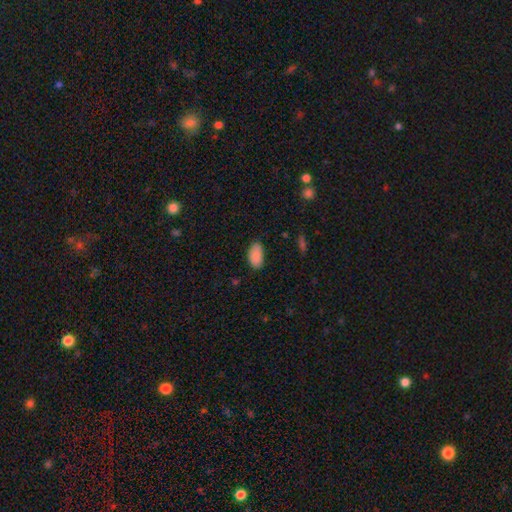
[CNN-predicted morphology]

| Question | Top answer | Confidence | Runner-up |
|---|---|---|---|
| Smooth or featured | smooth | 89% | star or artifact (7%) |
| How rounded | in between | 94% | round (3%) |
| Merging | none | 83% | minor disturbance (14%) |